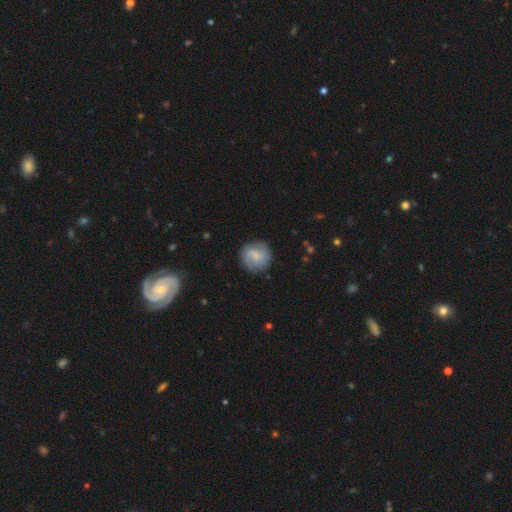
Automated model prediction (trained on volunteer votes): Smooth or featured? featured or disk (49%)
Merging? none (83%)